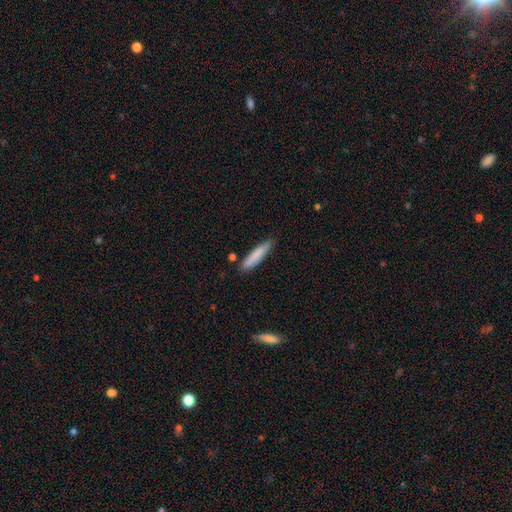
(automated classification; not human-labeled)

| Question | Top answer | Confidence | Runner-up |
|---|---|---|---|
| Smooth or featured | smooth | 82% | featured or disk (12%) |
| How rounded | cigar-shaped | 86% | in between (13%) |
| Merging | none | 82% | minor disturbance (13%) |